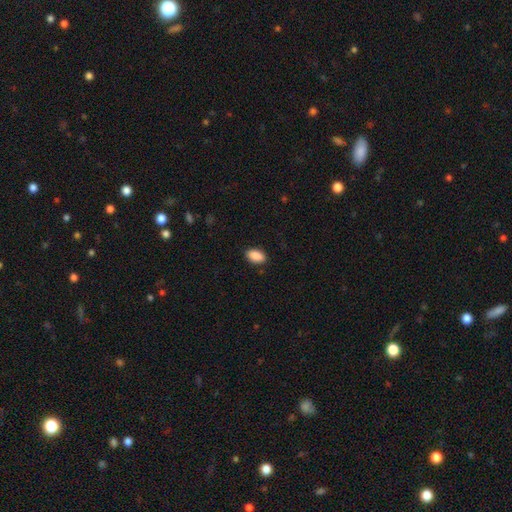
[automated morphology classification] The model was most divided on "merging": none: 88%, minor disturbance: 9%, major disturbance: 2%, merger: 1%. More confident: how rounded — in between (93%); smooth or featured — smooth (90%).